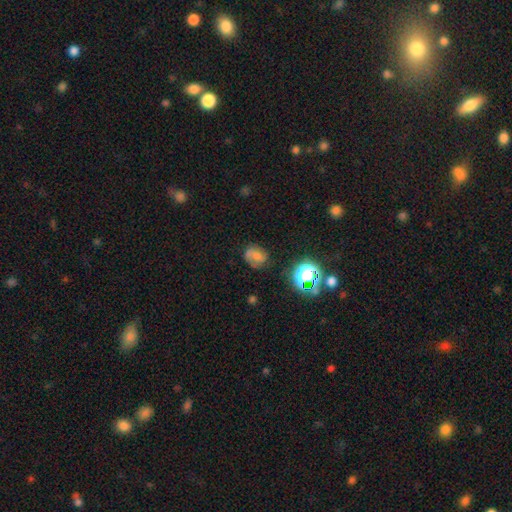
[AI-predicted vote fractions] smooth_or_featured: smooth (p=0.51) [alt: featured or disk p=0.31]
how_rounded: round (p=0.53) [alt: in between p=0.46]
merging: none (p=0.57) [alt: minor disturbance p=0.26]